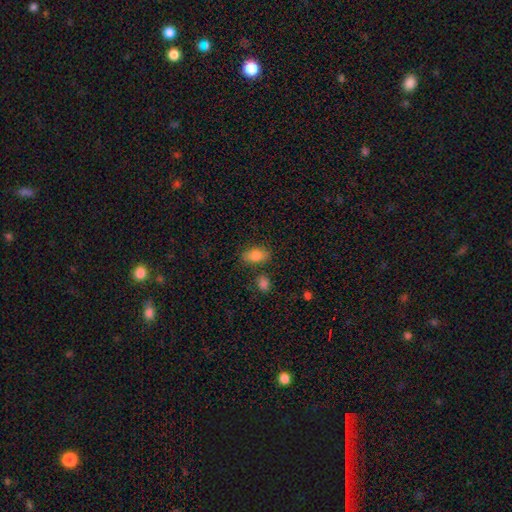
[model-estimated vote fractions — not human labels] Smooth or featured? Predicted: smooth (p=0.83). How rounded? Predicted: in between (p=0.88). Merging? Predicted: none (p=0.75).